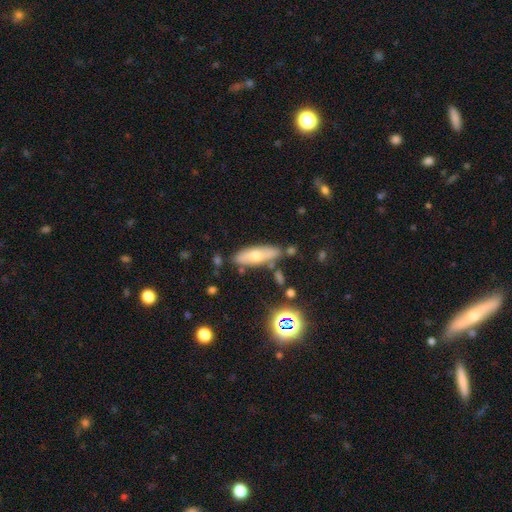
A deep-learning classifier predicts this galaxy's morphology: This is possibly a smooth galaxy (59%). How rounded: possibly in between (58%). Merging: likely none (73%).